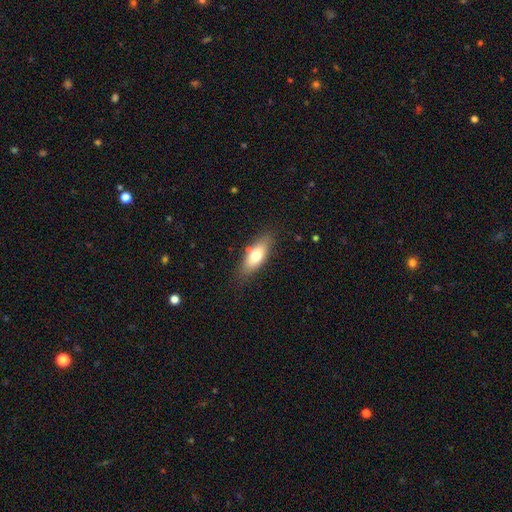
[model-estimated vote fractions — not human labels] smooth 70%, featured or disk 23%, star or artifact 7%. Down the decision tree: how rounded — in between (74%); merging — none (81%).